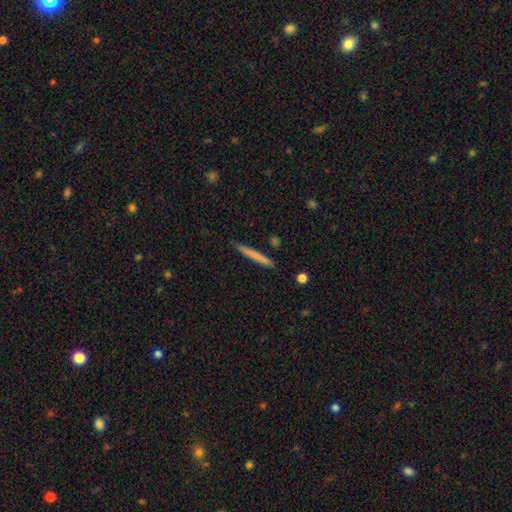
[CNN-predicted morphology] smooth-or-featured: smooth: 69% | featured or disk: 25% | star or artifact: 6%
  how-rounded: cigar-shaped: 97% | in between: 2% | round: 1%
  merging: none: 89% | minor disturbance: 8% | merger: 2% | major disturbance: 2%